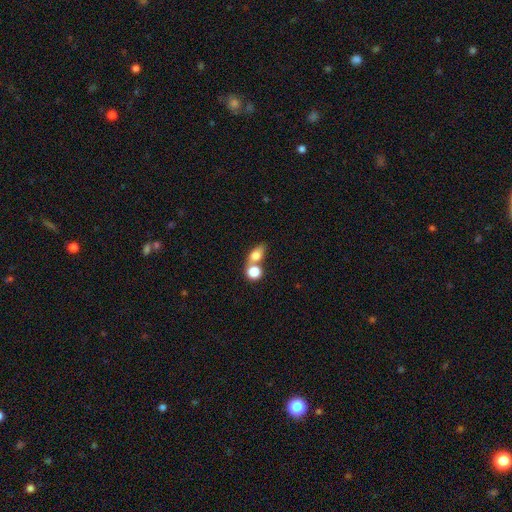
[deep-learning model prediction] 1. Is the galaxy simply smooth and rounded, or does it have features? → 74% smooth, 16% featured or disk, 10% star or artifact.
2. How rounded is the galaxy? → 63% in between, 31% round, 6% cigar-shaped.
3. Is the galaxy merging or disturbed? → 52% merger, 34% none, 9% minor disturbance, 5% major disturbance.